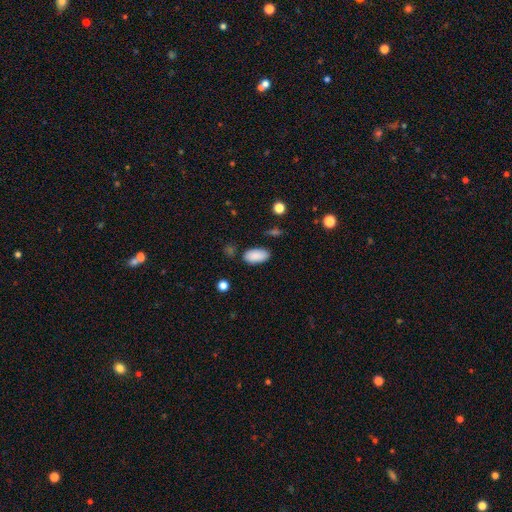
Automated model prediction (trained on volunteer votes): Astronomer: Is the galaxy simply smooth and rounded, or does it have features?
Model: smooth — 89%.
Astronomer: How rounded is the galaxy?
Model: in between — 94%.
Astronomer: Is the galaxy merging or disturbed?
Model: none — 81%.